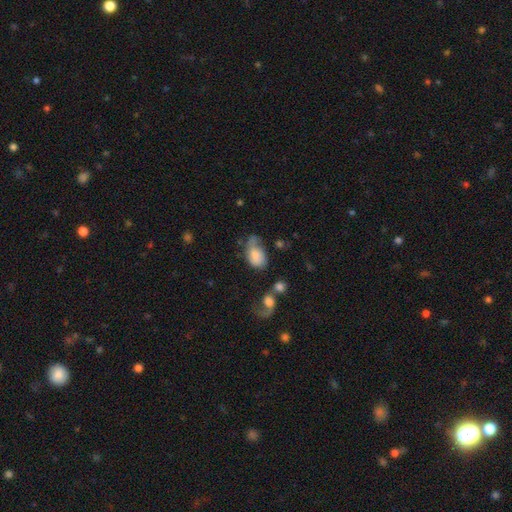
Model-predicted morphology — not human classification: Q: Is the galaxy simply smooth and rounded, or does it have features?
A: smooth — 58%.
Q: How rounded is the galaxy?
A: in between — 86%.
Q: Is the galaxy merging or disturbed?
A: major disturbance — 32%.